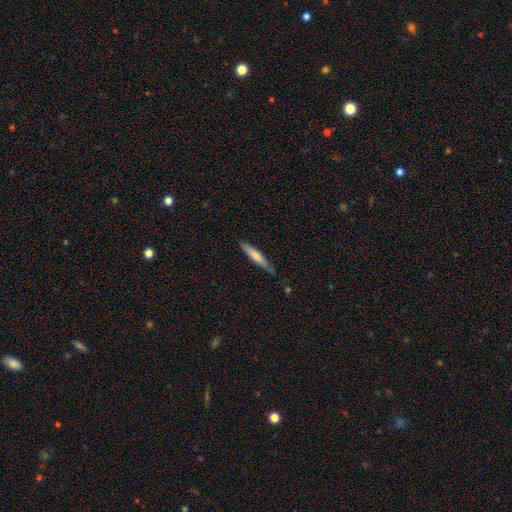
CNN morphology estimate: Smooth or featured?
  - smooth: 63% *
  - featured or disk: 32%
  - star or artifact: 5%
How rounded?
  - cigar-shaped: 93% *
  - in between: 6%
  - round: 1%
Merging?
  - none: 83% *
  - minor disturbance: 13%
  - major disturbance: 2%
  - merger: 1%